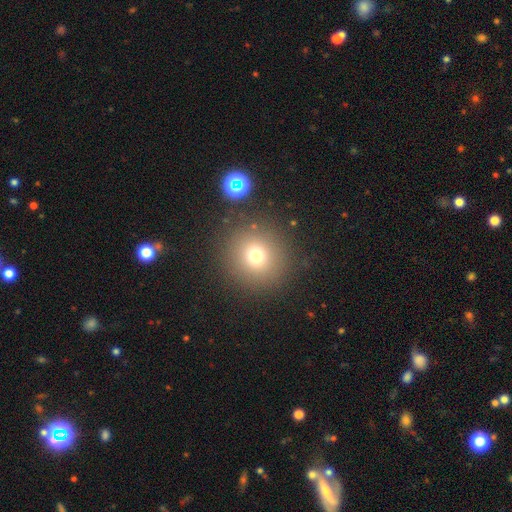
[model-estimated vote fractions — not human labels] Smooth or featured? smooth (72%)
How rounded? round (93%)
Merging? none (86%)